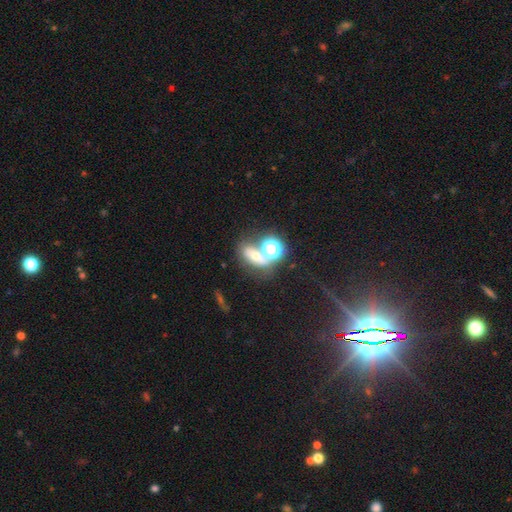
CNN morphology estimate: A smooth galaxy with no disk features (48%). Merging: none (44%).